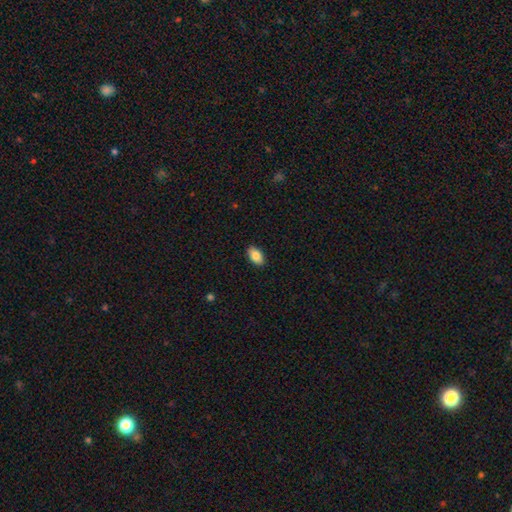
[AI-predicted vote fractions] The model was most divided on "smooth or featured": smooth: 84%, featured or disk: 8%, star or artifact: 7%. More confident: how rounded — in between (92%); merging — none (89%).